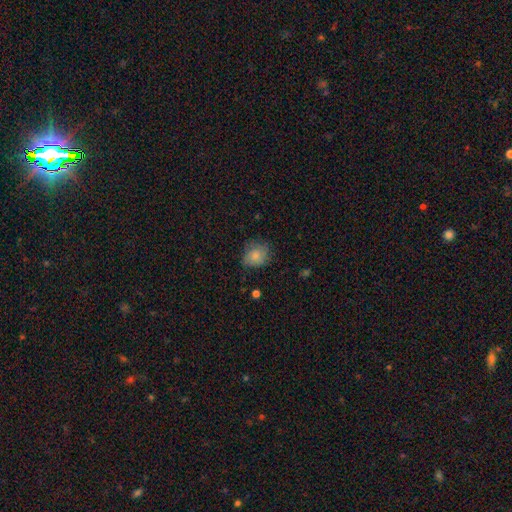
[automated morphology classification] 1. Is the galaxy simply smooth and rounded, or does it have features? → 81% smooth, 10% featured or disk, 9% star or artifact.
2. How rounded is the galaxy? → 64% round, 35% in between, 1% cigar-shaped.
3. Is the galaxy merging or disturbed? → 71% none, 22% minor disturbance, 6% major disturbance, 1% merger.